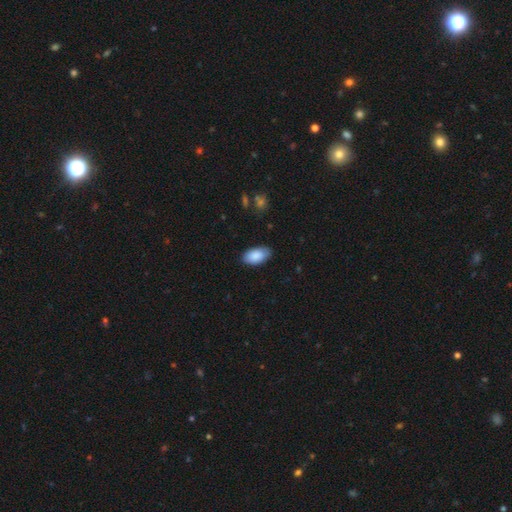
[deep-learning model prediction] This appears to be a smooth galaxy with no disk features (86%) that is in between round and cigar-shaped (95%). Merging: none (82%).